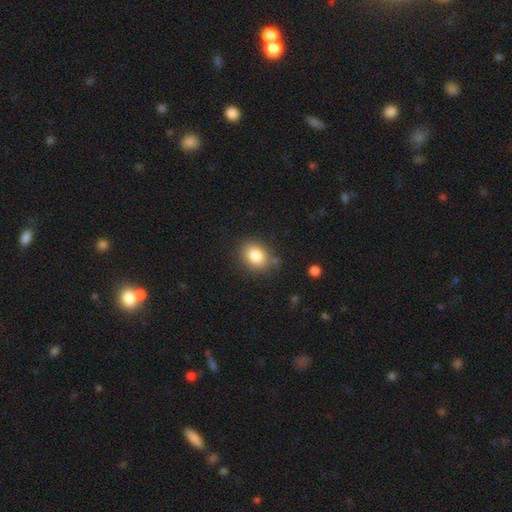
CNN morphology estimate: Smooth or featured?
  - smooth: 84% *
  - star or artifact: 9%
  - featured or disk: 7%
How rounded?
  - in between: 62% *
  - round: 37%
  - cigar-shaped: 1%
Merging?
  - none: 80% *
  - minor disturbance: 13%
  - major disturbance: 4%
  - merger: 3%